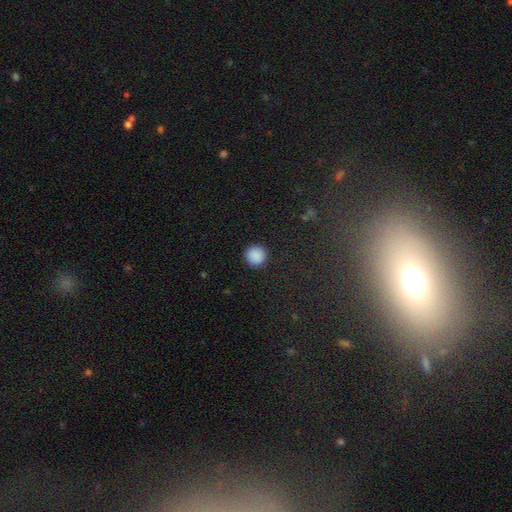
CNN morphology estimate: Overall: smooth (89%). How rounded: round (96%). Merging: none (92%).